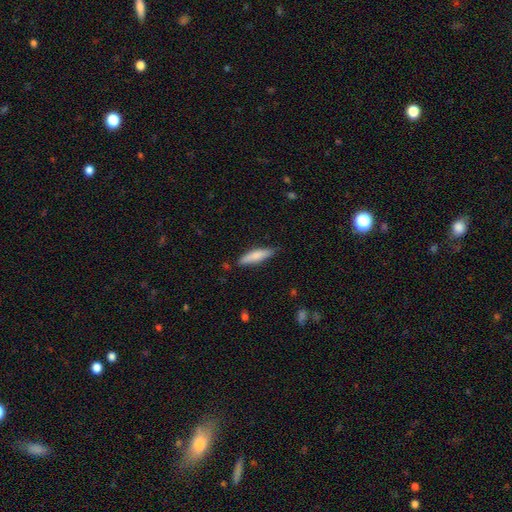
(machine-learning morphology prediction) Smooth or featured: smooth — 78% (featured or disk — 16%)
How rounded: cigar-shaped — 73% (in between — 26%)
Merging: none — 81% (minor disturbance — 15%)